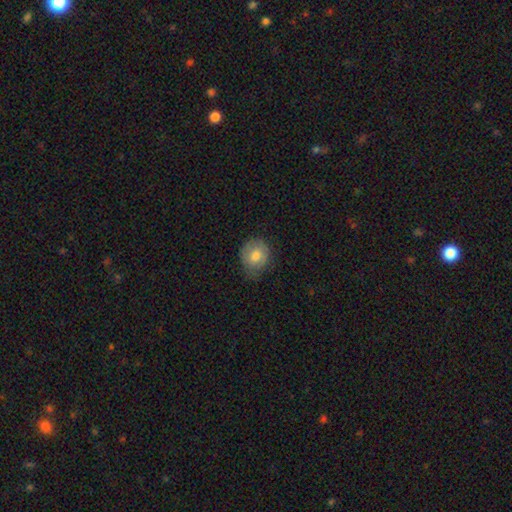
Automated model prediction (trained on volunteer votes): Overall: smooth (75%). How rounded: round (69%; in between 30%). Merging: none (63%; minor disturbance 28%).